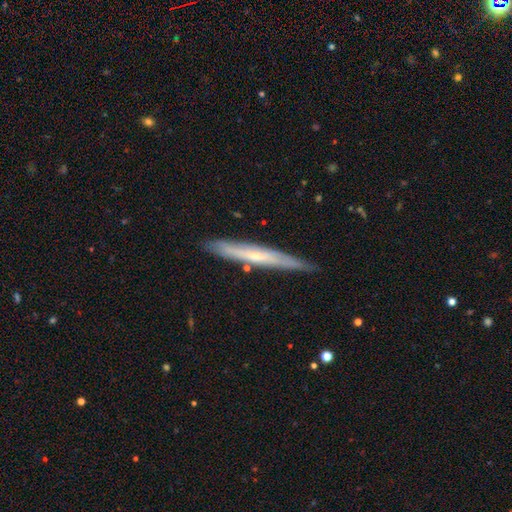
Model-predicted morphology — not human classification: Overall: featured or disk (58%; smooth 36%). Edge-on disk: yes (89%). Edge-on bulge: none (60%; rounded 35%). Merging: none (84%).